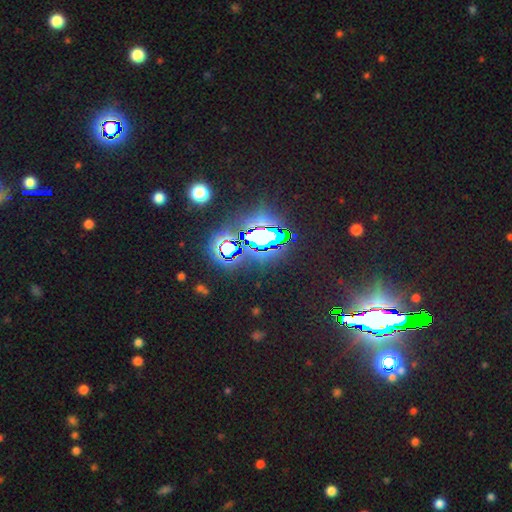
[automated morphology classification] Smooth or featured?
  - star or artifact: 84% *
  - smooth: 9%
  - featured or disk: 7%